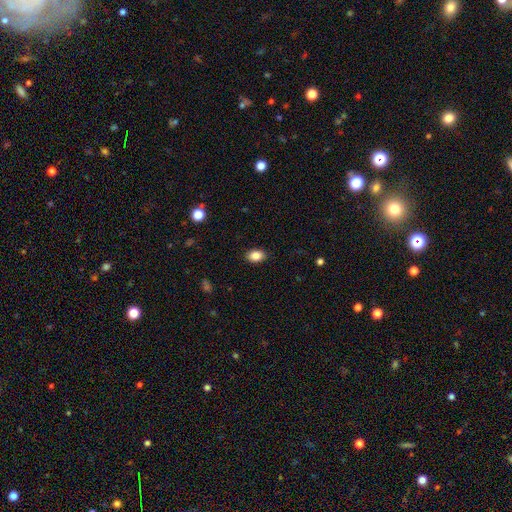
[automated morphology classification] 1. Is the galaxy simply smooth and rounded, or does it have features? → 86% smooth, 8% star or artifact, 5% featured or disk.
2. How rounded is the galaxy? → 85% in between, 14% round, 1% cigar-shaped.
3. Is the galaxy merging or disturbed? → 88% none, 9% minor disturbance, 2% major disturbance, 1% merger.